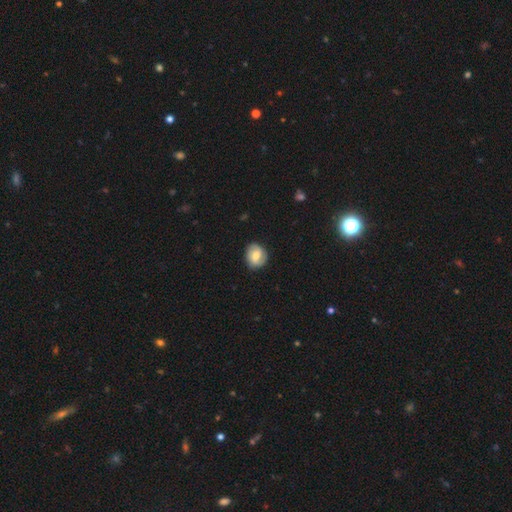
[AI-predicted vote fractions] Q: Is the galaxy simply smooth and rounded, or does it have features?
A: smooth — 59%.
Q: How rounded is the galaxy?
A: round — 61%.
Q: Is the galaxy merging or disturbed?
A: none — 78%.